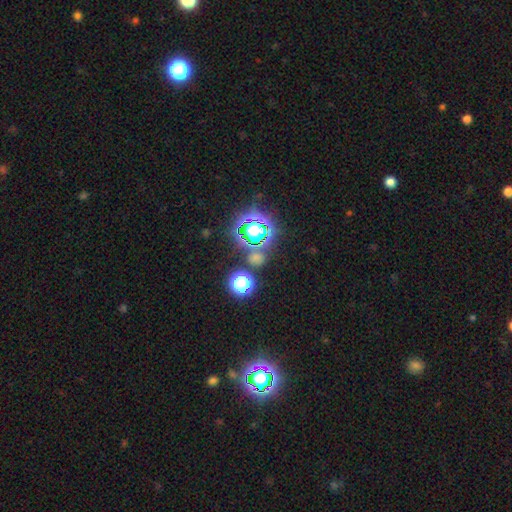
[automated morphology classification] A star or artifact, not a galaxy (68%).